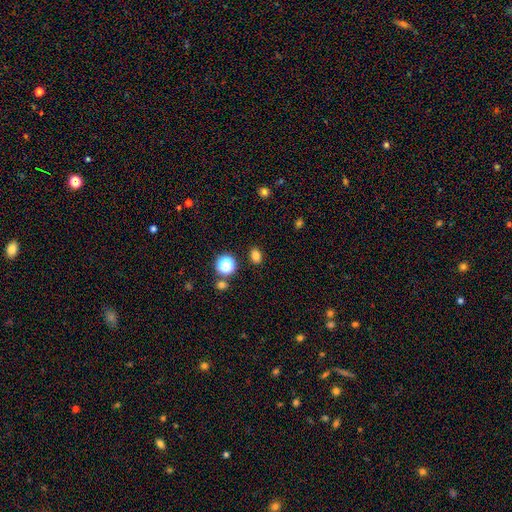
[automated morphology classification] Smooth or featured?
  - smooth: 80% *
  - star or artifact: 16%
  - featured or disk: 5%
How rounded?
  - in between: 66% *
  - round: 33%
  - cigar-shaped: 1%
Merging?
  - none: 87% *
  - minor disturbance: 8%
  - major disturbance: 3%
  - merger: 2%